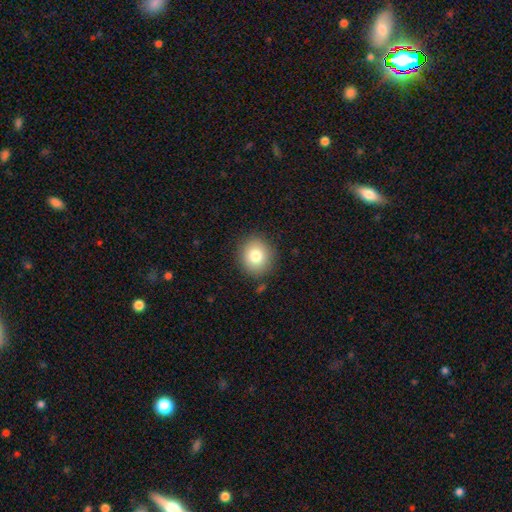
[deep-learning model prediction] Smooth or featured?
  - smooth: 79% *
  - featured or disk: 11%
  - star or artifact: 10%
How rounded?
  - round: 84% *
  - in between: 15%
  - cigar-shaped: 1%
Merging?
  - none: 87% *
  - minor disturbance: 8%
  - major disturbance: 3%
  - merger: 2%